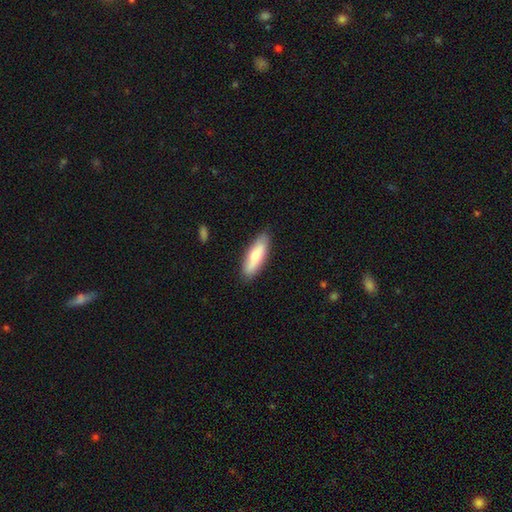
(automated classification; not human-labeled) The model was most divided on "how rounded": cigar-shaped: 51%, in between: 47%, round: 2%. More confident: merging — none (85%); smooth or featured — smooth (75%).